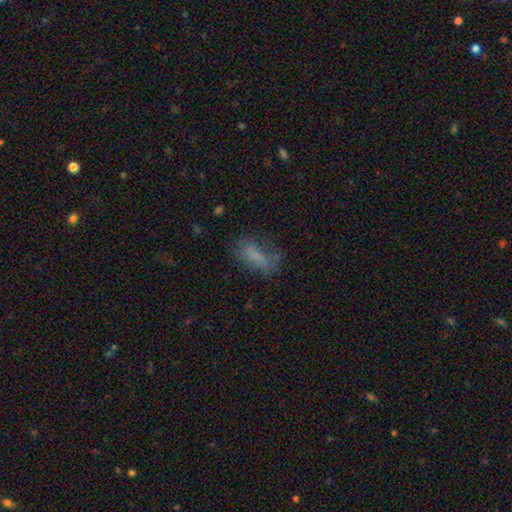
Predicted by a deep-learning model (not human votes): smooth_or_featured: smooth (p=0.69) [alt: featured or disk p=0.18]
how_rounded: in between (p=0.68) [alt: cigar-shaped p=0.28]
merging: none (p=0.48) [alt: minor disturbance p=0.26]